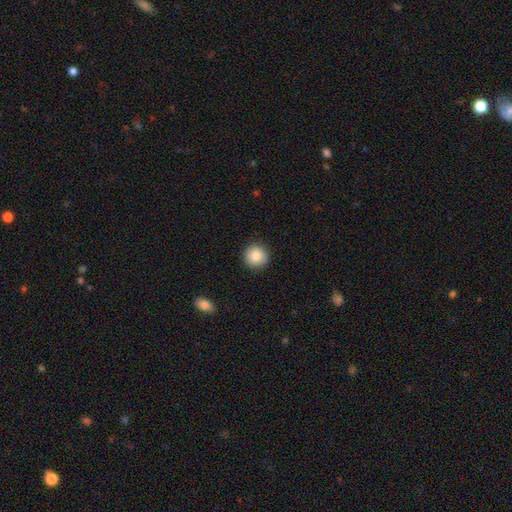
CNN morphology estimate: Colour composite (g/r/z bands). It shows a smooth galaxy with no disk features (85%) that is round (94%). Merging: none (91%).